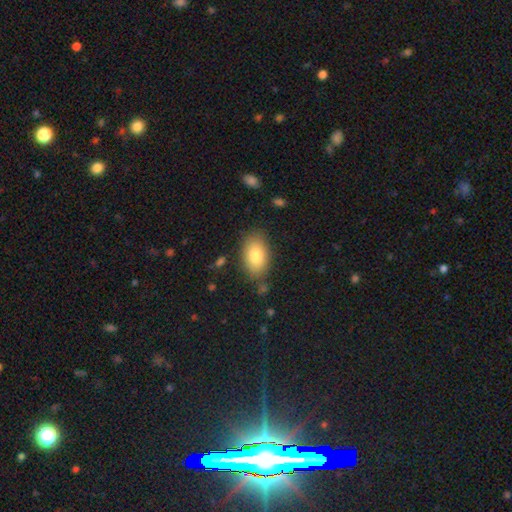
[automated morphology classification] A smooth galaxy with no disk features (80%) that is in between round and cigar-shaped (89%).

Vote fractions:
- Smooth or featured? smooth: 80% / featured or disk: 12% / star or artifact: 8%
- How rounded? in between: 89% / round: 9% / cigar-shaped: 1%
- Merging? none: 79% / minor disturbance: 14% / major disturbance: 4% / merger: 3%